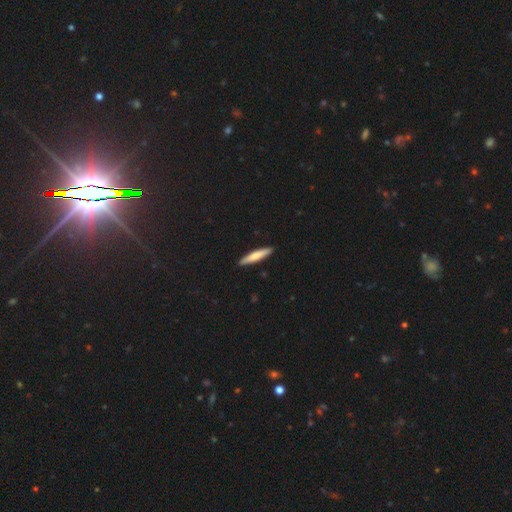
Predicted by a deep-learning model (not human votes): Smooth or featured?
  - smooth: 69% *
  - featured or disk: 26%
  - star or artifact: 5%
How rounded?
  - cigar-shaped: 90% *
  - in between: 9%
  - round: 1%
Merging?
  - none: 92% *
  - minor disturbance: 6%
  - major disturbance: 1%
  - merger: 1%